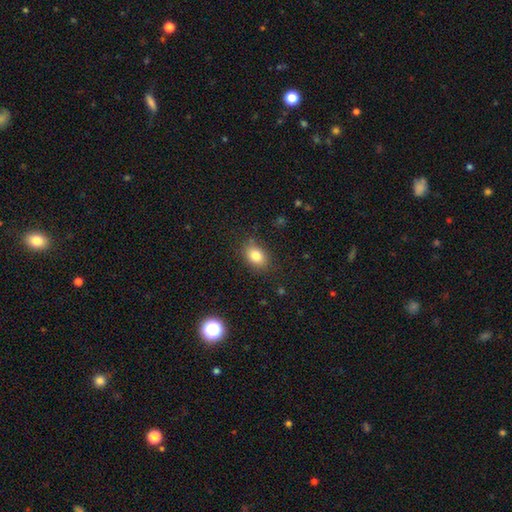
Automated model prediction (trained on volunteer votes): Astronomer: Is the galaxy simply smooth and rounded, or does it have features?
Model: smooth — 82%.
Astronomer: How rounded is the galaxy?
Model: in between — 79%.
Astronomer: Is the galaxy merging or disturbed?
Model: none — 83%.